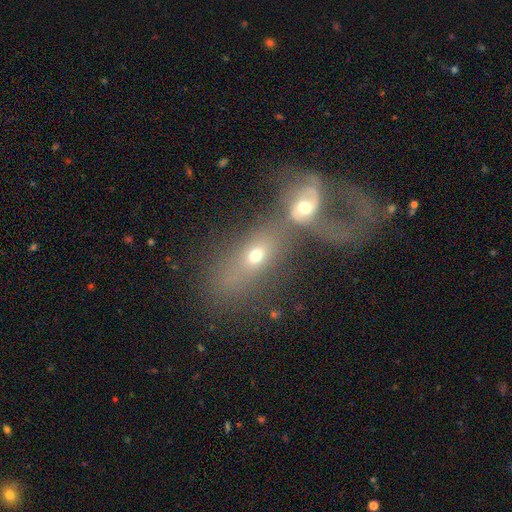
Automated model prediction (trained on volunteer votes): A featured or disk galaxy (44%, tied with smooth). Merging: merger (74%).